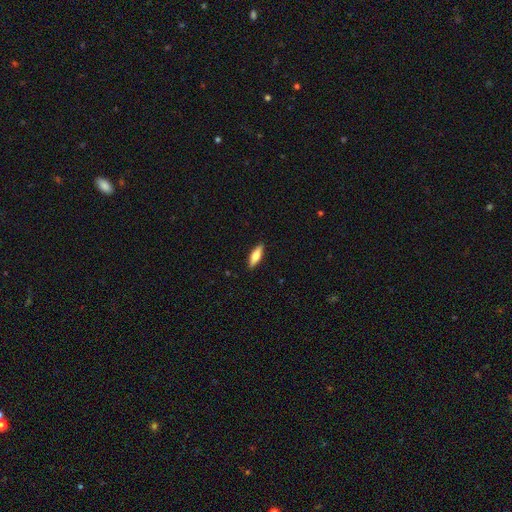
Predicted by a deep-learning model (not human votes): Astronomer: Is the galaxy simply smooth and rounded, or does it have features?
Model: smooth — 69%.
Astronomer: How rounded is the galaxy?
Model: in between — 51% (runner-up: cigar-shaped, 47%).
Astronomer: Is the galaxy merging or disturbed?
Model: none — 89%.